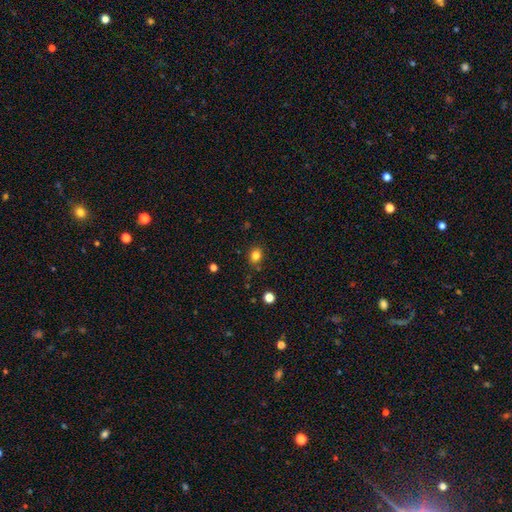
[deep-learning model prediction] Smooth or featured? smooth (82%)
How rounded? round (63%)
Merging? none (82%)